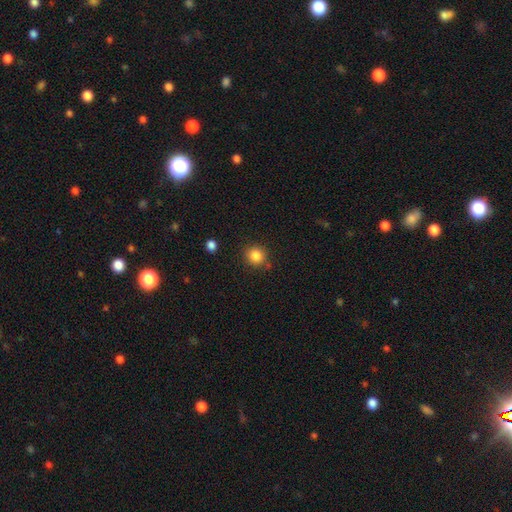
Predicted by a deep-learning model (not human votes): This is clearly a smooth galaxy (85%). How rounded: clearly round (91%). Merging: clearly none (84%).